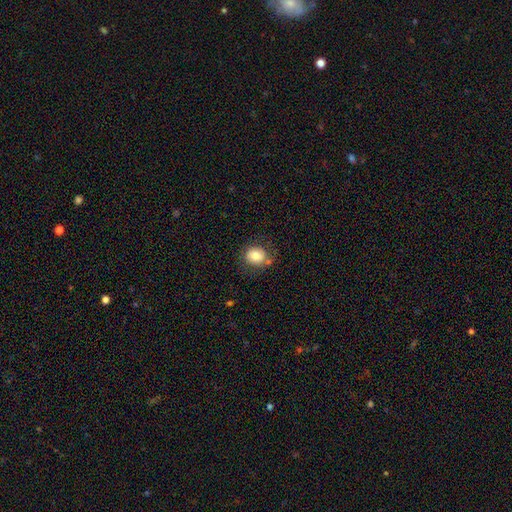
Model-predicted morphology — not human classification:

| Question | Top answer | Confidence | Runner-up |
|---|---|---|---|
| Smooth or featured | smooth | 78% | featured or disk (12%) |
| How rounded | round | 70% | in between (29%) |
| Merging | none | 71% | minor disturbance (16%) |